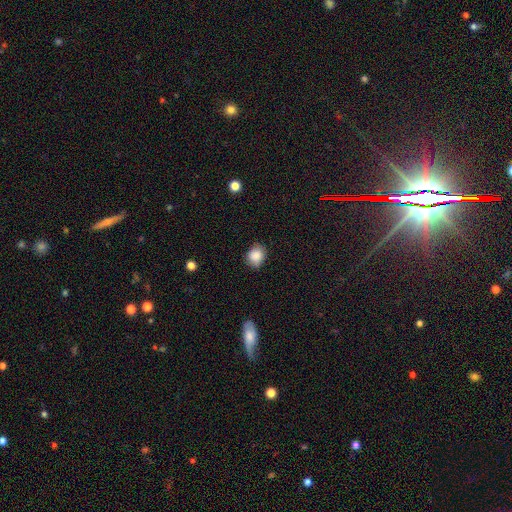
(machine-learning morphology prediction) This is clearly a smooth galaxy (86%). How rounded: likely round (64%). Merging: likely none (75%).